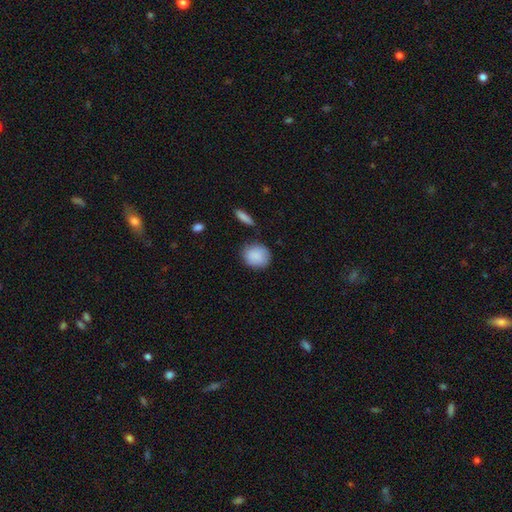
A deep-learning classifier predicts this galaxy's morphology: This appears to be a smooth galaxy with no disk features (87%) that is round (73%). Merging: none (73%).